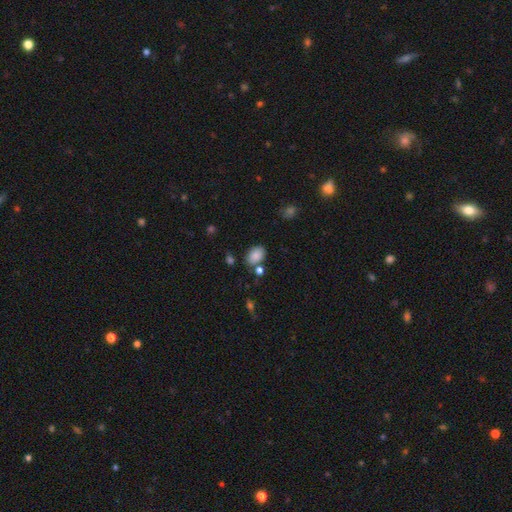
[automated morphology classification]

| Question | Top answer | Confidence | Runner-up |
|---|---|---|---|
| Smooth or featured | smooth | 86% | star or artifact (9%) |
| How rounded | in between | 85% | round (14%) |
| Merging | none | 71% | minor disturbance (15%) |